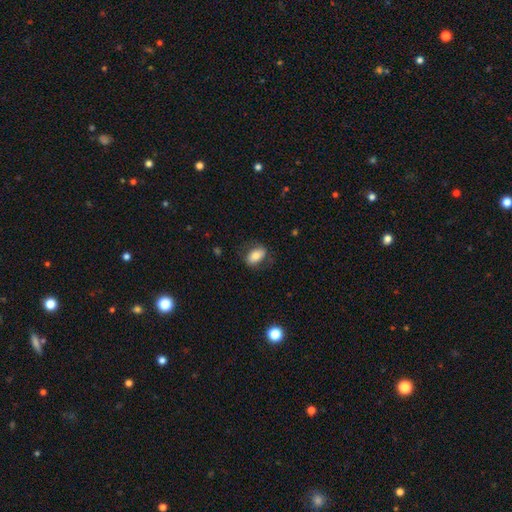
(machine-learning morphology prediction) Smooth or featured?
  - smooth: 74% *
  - featured or disk: 19%
  - star or artifact: 7%
How rounded?
  - in between: 89% *
  - round: 8%
  - cigar-shaped: 3%
Merging?
  - none: 73% *
  - minor disturbance: 18%
  - major disturbance: 7%
  - merger: 1%